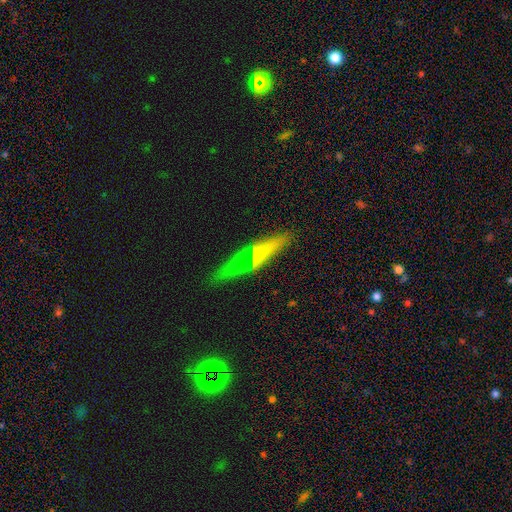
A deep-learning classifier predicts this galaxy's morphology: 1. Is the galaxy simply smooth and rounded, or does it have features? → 46% smooth, 42% featured or disk, 13% star or artifact.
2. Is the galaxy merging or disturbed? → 83% none, 11% minor disturbance, 3% major disturbance, 3% merger.